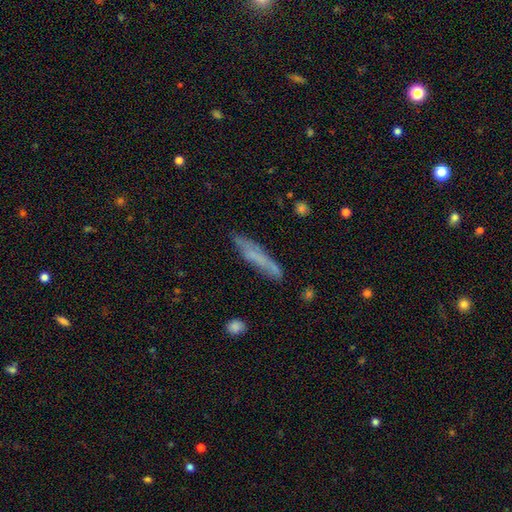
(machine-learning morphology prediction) Smooth or featured?
  - smooth: 57% *
  - featured or disk: 35%
  - star or artifact: 8%
How rounded?
  - cigar-shaped: 89% *
  - in between: 10%
  - round: 2%
Merging?
  - none: 70% *
  - minor disturbance: 21%
  - major disturbance: 6%
  - merger: 3%